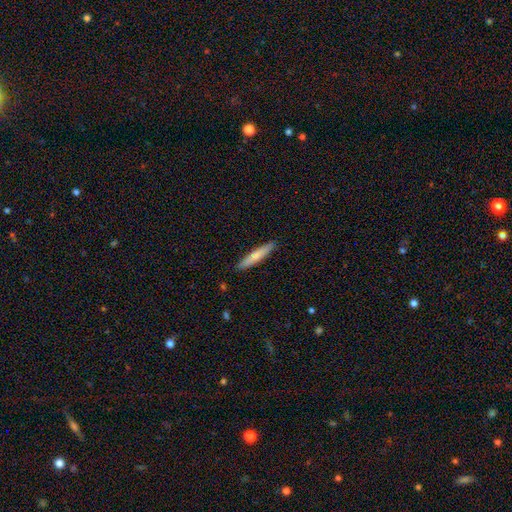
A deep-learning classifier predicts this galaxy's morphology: Smooth or featured? smooth (67%)
How rounded? cigar-shaped (91%)
Merging? none (89%)